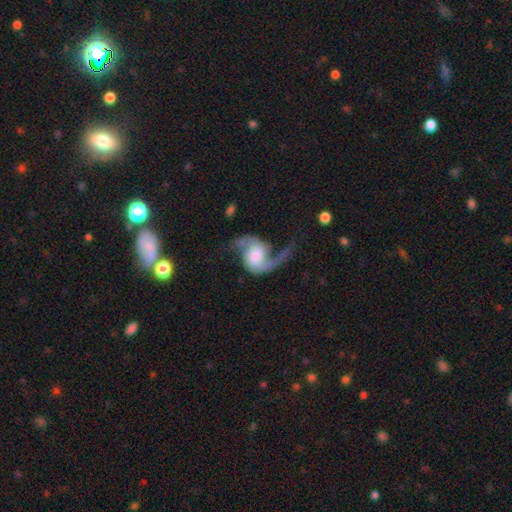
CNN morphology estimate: Overall: featured or disk (88%). Edge-on disk: no (98%). Bar: no (55%; weak 35%). Spiral arms: yes (97%). Spiral arm count: 2 (89%). Spiral winding: loose (72%). Bulge size: moderate (34%; large 29%). Merging: none (58%; major disturbance 21%).